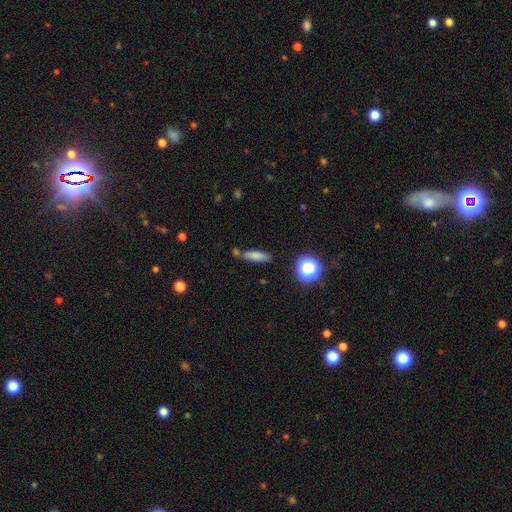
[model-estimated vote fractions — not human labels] Q: Smooth or featured?
A: smooth (73%); runner-up: featured or disk (15%)
Q: How rounded?
A: cigar-shaped (63%); runner-up: in between (31%)
Q: Merging?
A: none (73%); runner-up: minor disturbance (15%)